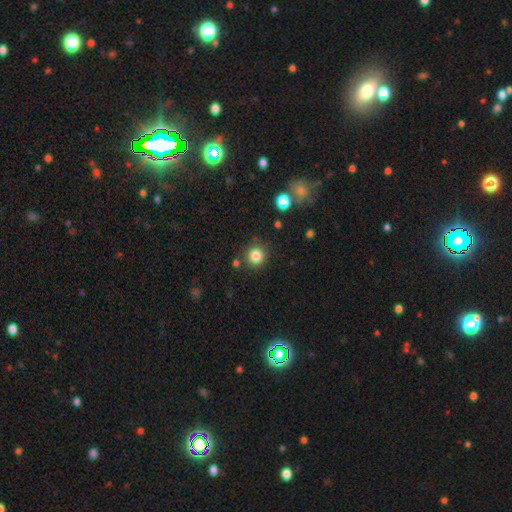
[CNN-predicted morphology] This appears to be a smooth galaxy with no disk features (84%) that is round (89%). Merging: none (85%).